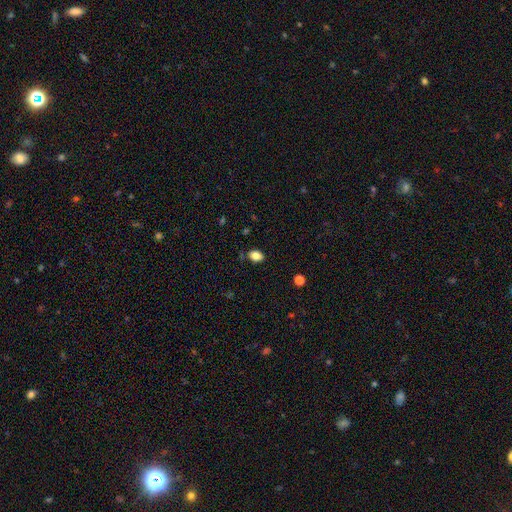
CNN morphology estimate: smooth-or-featured: smooth: 83% | star or artifact: 10% | featured or disk: 6%
  how-rounded: in between: 74% | round: 25% | cigar-shaped: 1%
  merging: none: 82% | minor disturbance: 13% | major disturbance: 3% | merger: 2%